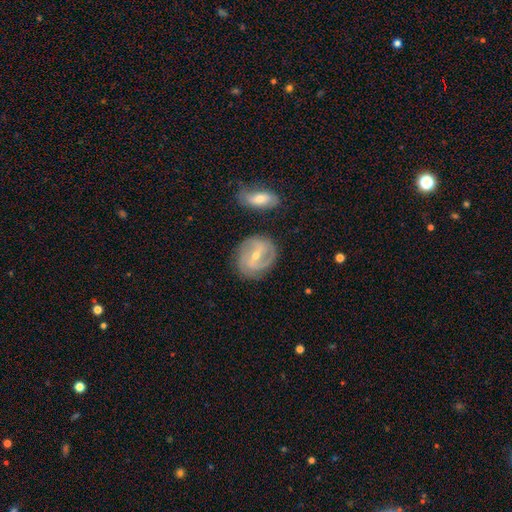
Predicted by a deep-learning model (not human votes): featured or disk 78%, smooth 16%, star or artifact 6%. Down the decision tree: edge-on disk — no (96%); bar — weak (45%); spiral arms — yes (89%); spiral arm count — 2 (70%); spiral winding — medium (44%); bulge size — small (58%); merging — none (75%).